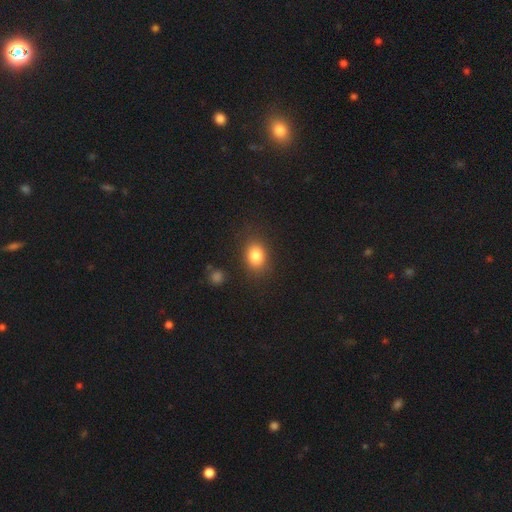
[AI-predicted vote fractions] smooth 82%, star or artifact 10%, featured or disk 8%. Down the decision tree: how rounded — in between (64%); merging — none (83%).